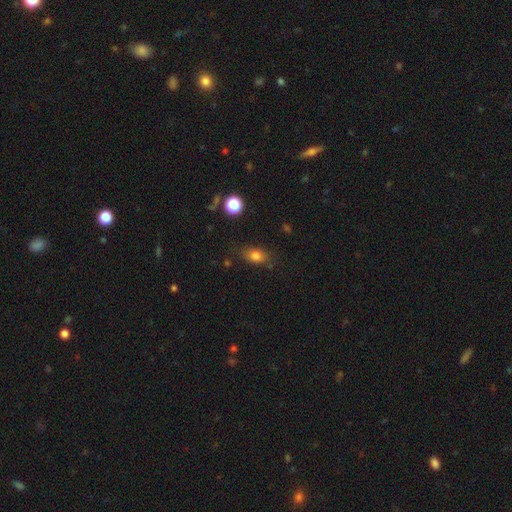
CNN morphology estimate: smooth 78%, star or artifact 12%, featured or disk 10%. Down the decision tree: how rounded — in between (77%); merging — none (75%).